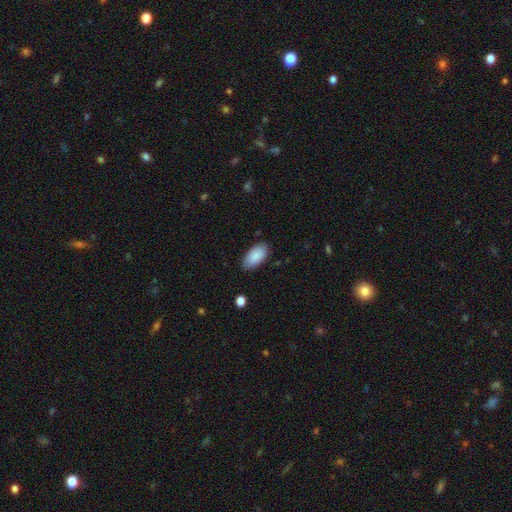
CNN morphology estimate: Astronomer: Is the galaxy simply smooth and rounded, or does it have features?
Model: smooth — 88%.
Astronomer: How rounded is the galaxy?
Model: in between — 95%.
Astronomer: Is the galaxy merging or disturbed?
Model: none — 84%.